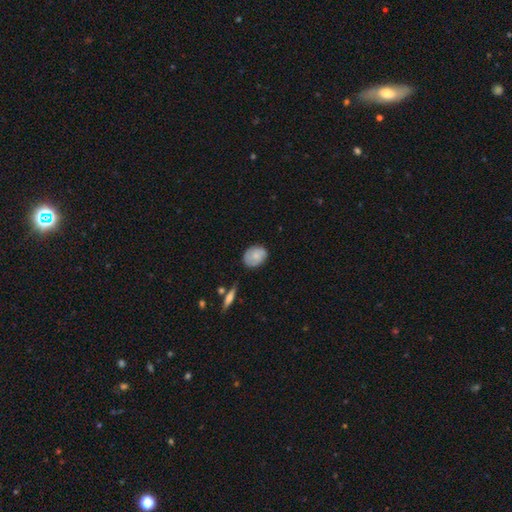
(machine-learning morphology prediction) type=smooth (69%); roundness=in between (59%); merging=none (72%).